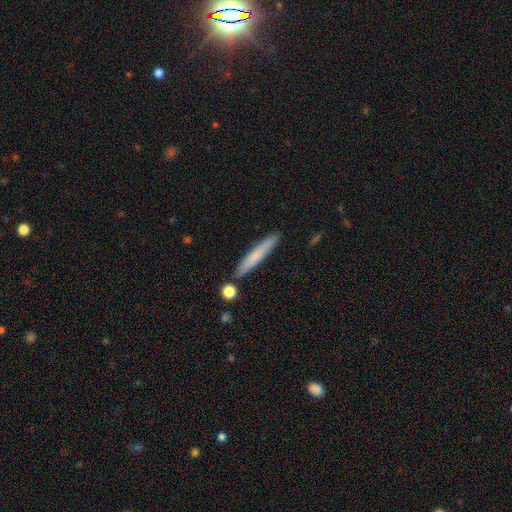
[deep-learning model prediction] Q: Smooth or featured?
A: smooth (69%); runner-up: featured or disk (25%)
Q: How rounded?
A: cigar-shaped (95%); runner-up: in between (4%)
Q: Merging?
A: none (86%); runner-up: minor disturbance (9%)